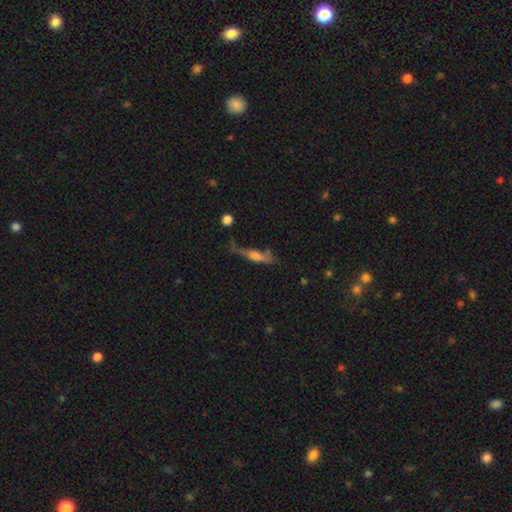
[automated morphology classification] Smooth or featured: smooth — 47% (featured or disk — 43%)
Merging: none — 46% (minor disturbance — 27%)